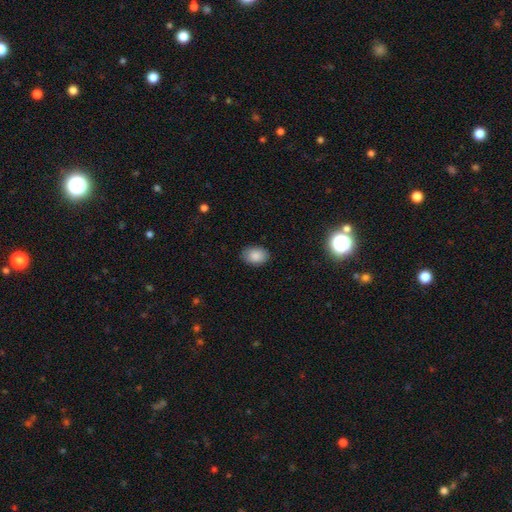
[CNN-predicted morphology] The model was most divided on "how rounded": in between: 79%, round: 20%, cigar-shaped: 1%. More confident: merging — none (87%); smooth or featured — smooth (87%).